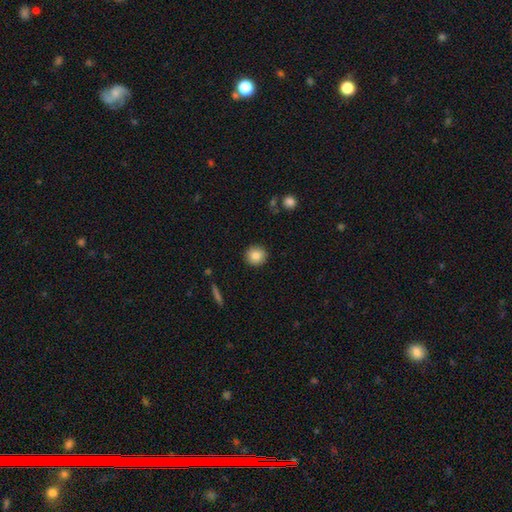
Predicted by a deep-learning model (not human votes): Smooth or featured? Predicted: smooth (p=0.86). How rounded? Predicted: round (p=0.92). Merging? Predicted: none (p=0.91).